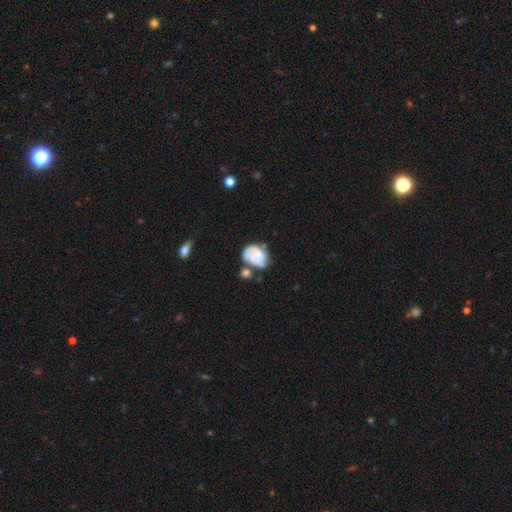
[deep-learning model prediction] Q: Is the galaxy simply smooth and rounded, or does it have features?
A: featured or disk — 49%.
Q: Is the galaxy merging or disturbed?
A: none — 28%, tied with merger.